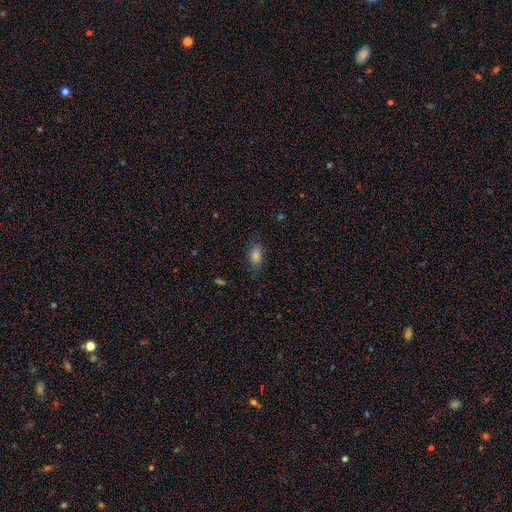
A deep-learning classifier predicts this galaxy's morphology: Smooth or featured?
  - smooth: 77% *
  - star or artifact: 14%
  - featured or disk: 9%
How rounded?
  - in between: 85% *
  - round: 8%
  - cigar-shaped: 7%
Merging?
  - none: 80% *
  - minor disturbance: 15%
  - major disturbance: 4%
  - merger: 1%